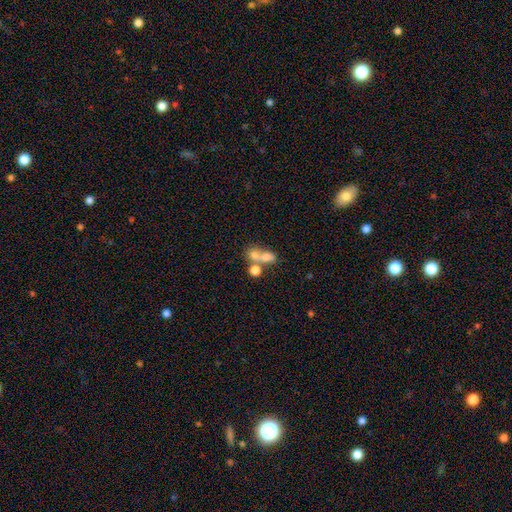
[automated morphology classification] Q: Smooth or featured?
A: smooth (63%); runner-up: featured or disk (22%)
Q: How rounded?
A: round (49%); runner-up: in between (47%)
Q: Merging?
A: merger (63%); runner-up: none (23%)